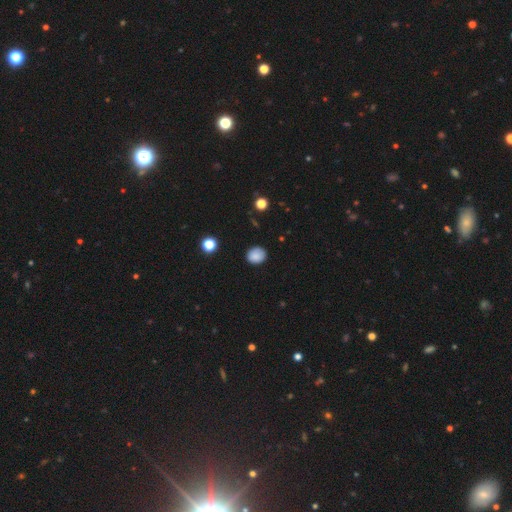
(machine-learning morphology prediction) type=smooth (85%); roundness=round (66%); merging=none (84%).